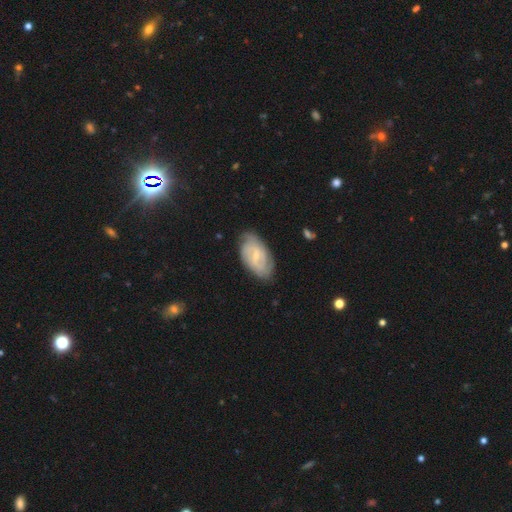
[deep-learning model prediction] Smooth or featured? Predicted: featured or disk (p=0.72). Edge-on disk? Predicted: no (p=0.96). Bar? Predicted: weak (p=0.58). Spiral arms? Predicted: yes (p=0.90). Spiral winding? Predicted: tight (p=0.51). Spiral arm count? Predicted: 2 (p=0.47). Bulge size? Predicted: small (p=0.65). Merging? Predicted: none (p=0.74).